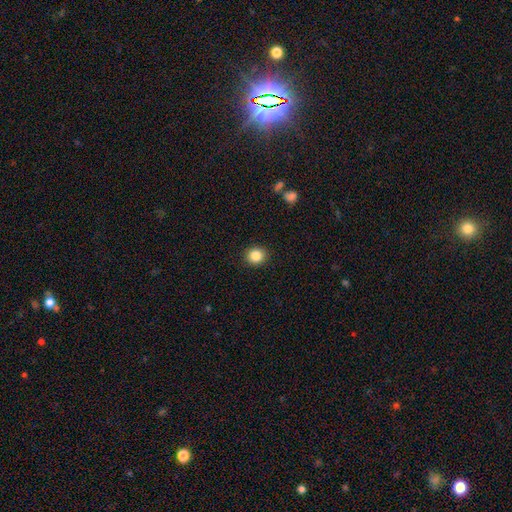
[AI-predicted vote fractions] A smooth galaxy with no disk features (85%) that is round (85%).

Vote fractions:
- Smooth or featured? smooth: 85% / star or artifact: 10% / featured or disk: 5%
- How rounded? round: 85% / in between: 14% / cigar-shaped: 1%
- Merging? none: 91% / minor disturbance: 6% / major disturbance: 2% / merger: 1%